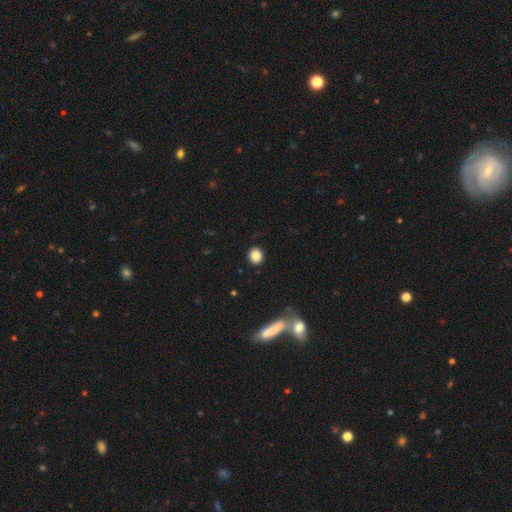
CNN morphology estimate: A smooth galaxy with no disk features (85%) that is round (79%). Merging: none (90%).